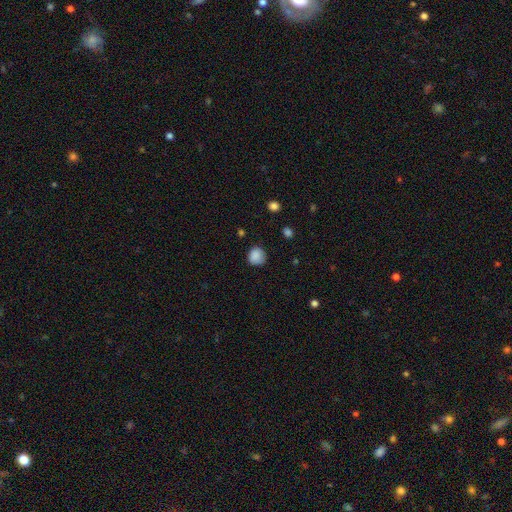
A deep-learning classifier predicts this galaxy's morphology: A smooth galaxy with no disk features (87%) that is round (89%). Merging: none (80%).